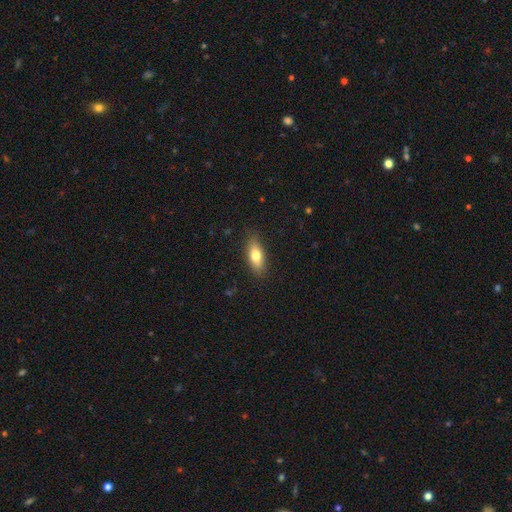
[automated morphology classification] Smooth or featured: smooth — 74% (featured or disk — 19%)
How rounded: in between — 74% (cigar-shaped — 23%)
Merging: none — 85% (minor disturbance — 11%)